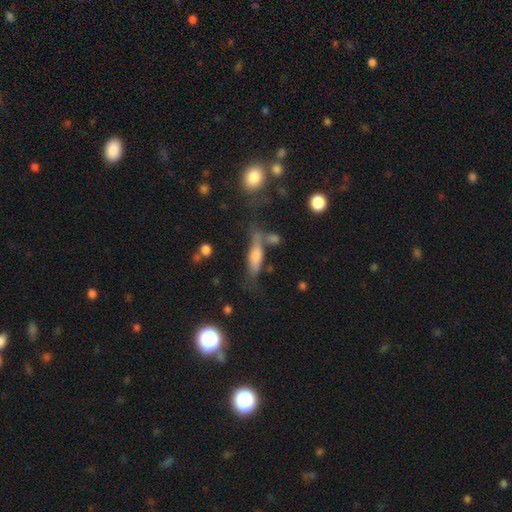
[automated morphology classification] A smooth galaxy with no disk features (44%).

Vote fractions:
- Smooth or featured? smooth: 44% / featured or disk: 41% / star or artifact: 15%
- Merging? none: 60% / minor disturbance: 19% / merger: 12% / major disturbance: 9%